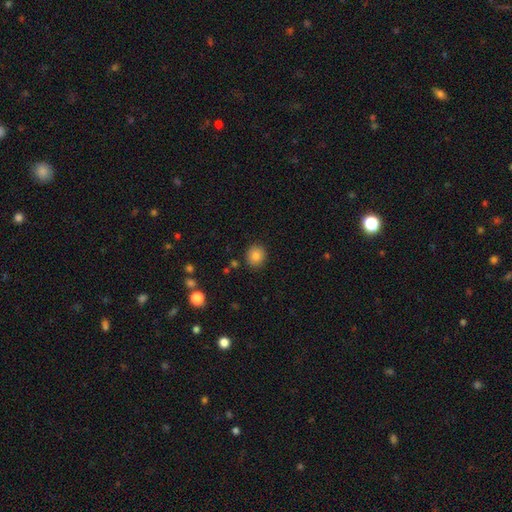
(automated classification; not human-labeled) Q: Smooth or featured?
A: smooth (84%); runner-up: star or artifact (10%)
Q: How rounded?
A: round (84%); runner-up: in between (15%)
Q: Merging?
A: none (88%); runner-up: minor disturbance (8%)